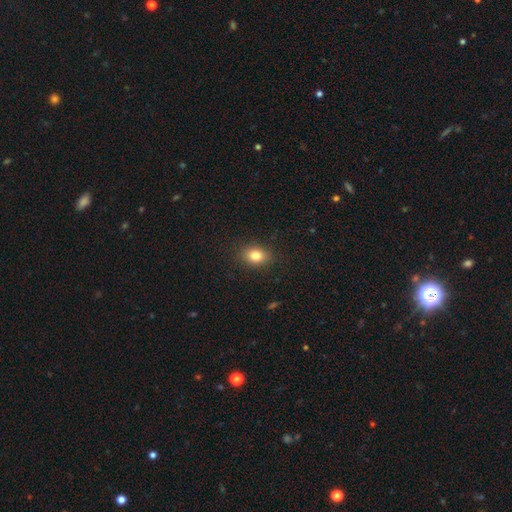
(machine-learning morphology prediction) Smooth or featured? smooth (82%)
How rounded? in between (65%)
Merging? none (88%)